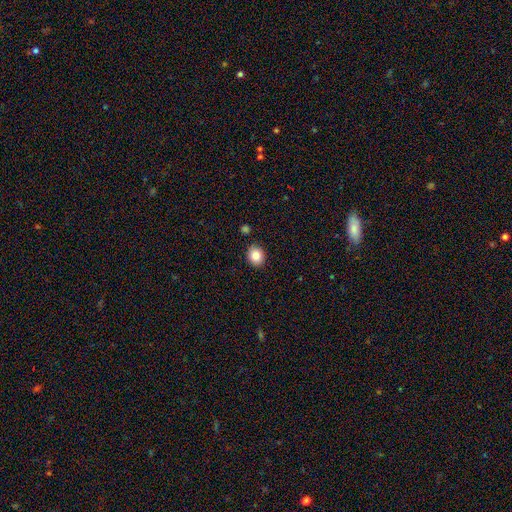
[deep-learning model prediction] Overall: smooth (85%). How rounded: round (67%; in between 32%). Merging: none (88%).